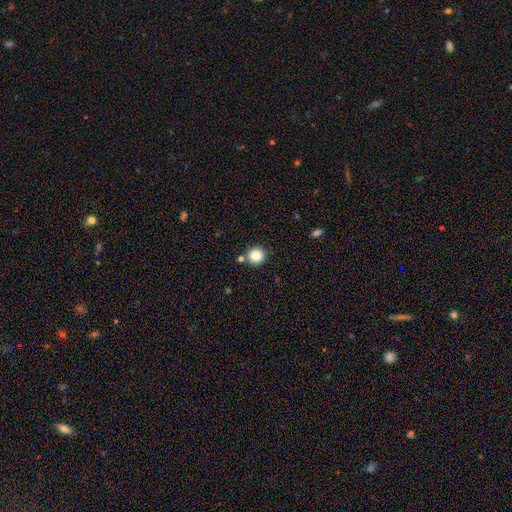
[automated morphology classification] Smooth or featured? smooth (84%)
How rounded? round (92%)
Merging? none (83%)